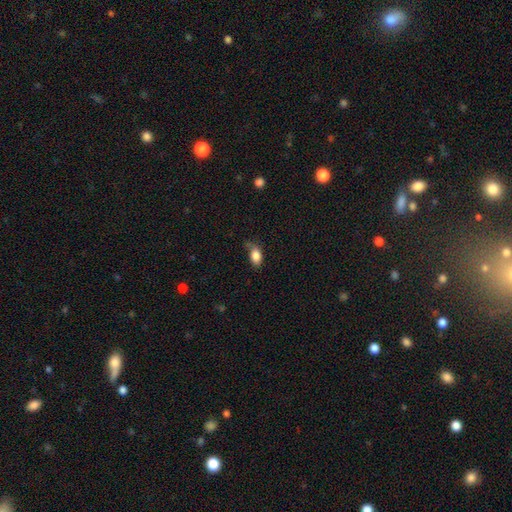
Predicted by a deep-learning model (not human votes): This appears to be a smooth galaxy with no disk features (83%) that is in between round and cigar-shaped (87%). Merging: none (51%).